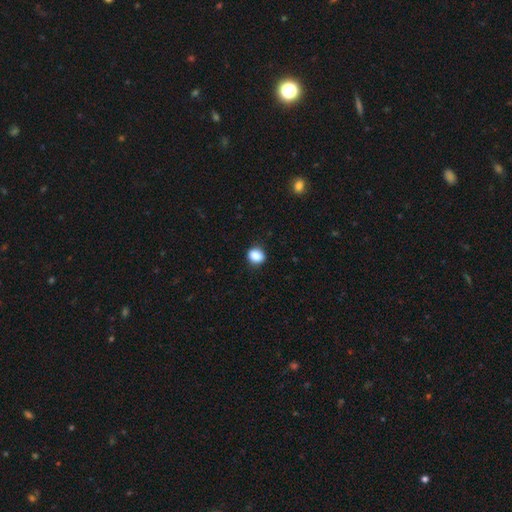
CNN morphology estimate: The model was most divided on "how rounded": round: 68%, in between: 31%, cigar-shaped: 1%. More confident: smooth or featured — smooth (88%); merging — none (87%).